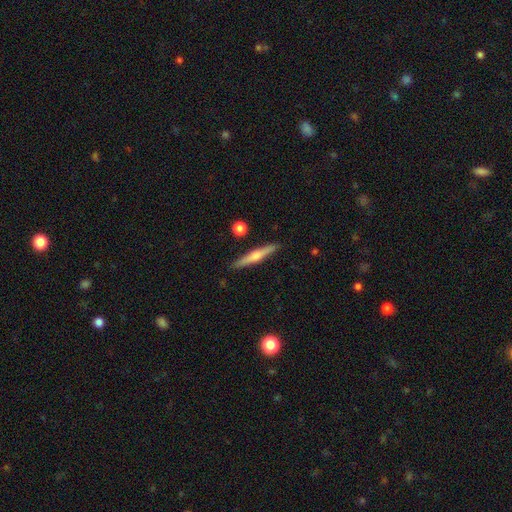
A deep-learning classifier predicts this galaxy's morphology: type=featured or disk (49%); merging=none (88%).